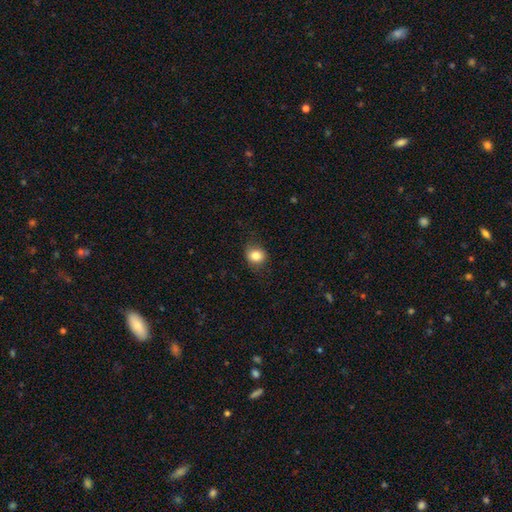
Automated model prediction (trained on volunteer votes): A smooth galaxy with no disk features (83%) that is round (71%). Merging: none (80%).